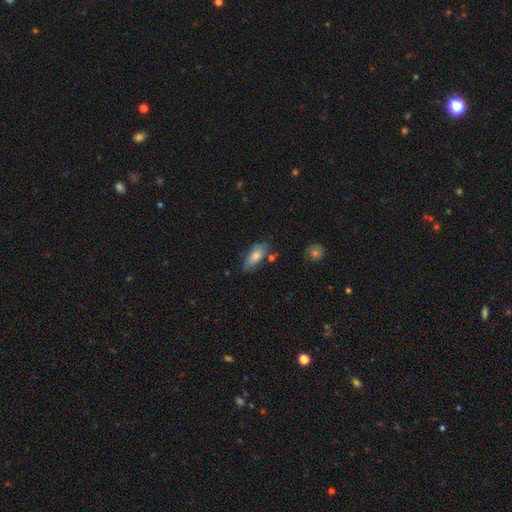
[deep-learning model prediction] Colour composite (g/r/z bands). It shows a smooth galaxy with no disk features (73%) that is in between round and cigar-shaped (76%). Merging: none (70%).